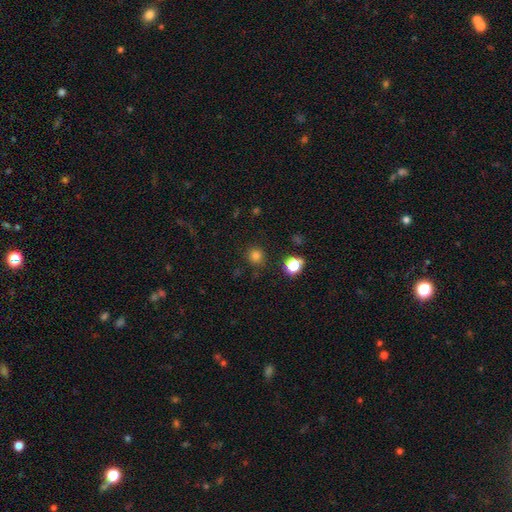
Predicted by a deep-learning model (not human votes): Q: Smooth or featured?
A: smooth (78%); runner-up: star or artifact (17%)
Q: How rounded?
A: round (90%); runner-up: in between (9%)
Q: Merging?
A: none (86%); runner-up: minor disturbance (8%)